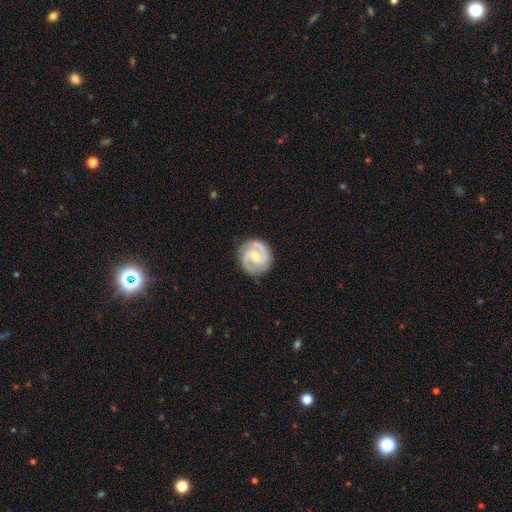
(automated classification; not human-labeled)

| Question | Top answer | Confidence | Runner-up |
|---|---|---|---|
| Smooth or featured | featured or disk | 91% | smooth (5%) |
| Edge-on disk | no | 98% | yes (2%) |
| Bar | no | 47% | weak (42%) |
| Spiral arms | yes | 98% | no (2%) |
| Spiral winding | tight | 49% | medium (45%) |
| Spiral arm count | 2 | 91% | 3 (3%) |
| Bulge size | small | 58% | moderate (36%) |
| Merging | none | 86% | minor disturbance (11%) |